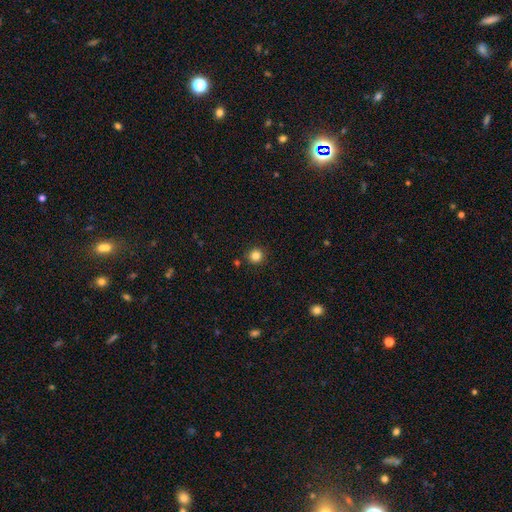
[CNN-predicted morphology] Q: Smooth or featured?
A: smooth (84%); runner-up: star or artifact (12%)
Q: How rounded?
A: round (94%); runner-up: in between (5%)
Q: Merging?
A: none (89%); runner-up: minor disturbance (6%)